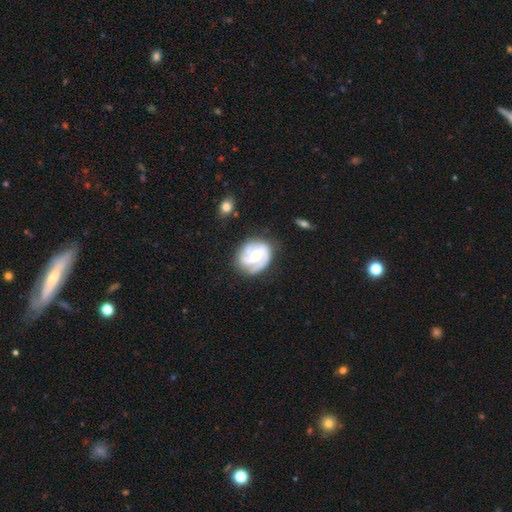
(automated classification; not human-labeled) A featured or disk galaxy (84%) with no bar (62%), 3 (40%) tight (52%) spiral arms (96%) and a moderate central bulge (55%). Merging: none (69%).